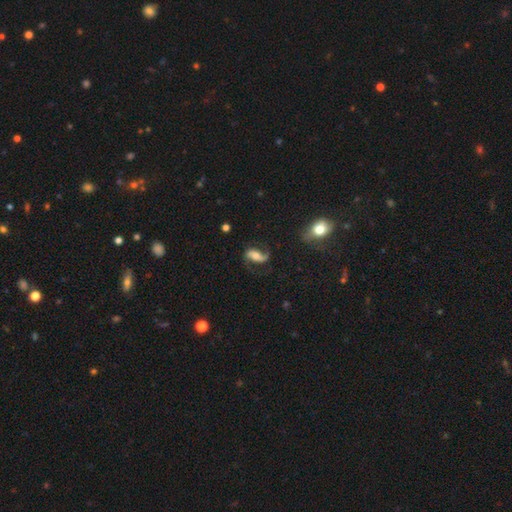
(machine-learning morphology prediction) This is likely a featured or disk galaxy (78%). It is clearly not viewed edge-on (95%). Bar: marginally no (39%). Spiral arm pattern: clearly yes (94%). Spiral arm count: clearly 2 (88%). Spiral winding: possibly loose (58%). Central bulge: possibly moderate (59%). Merging: likely none (69%).